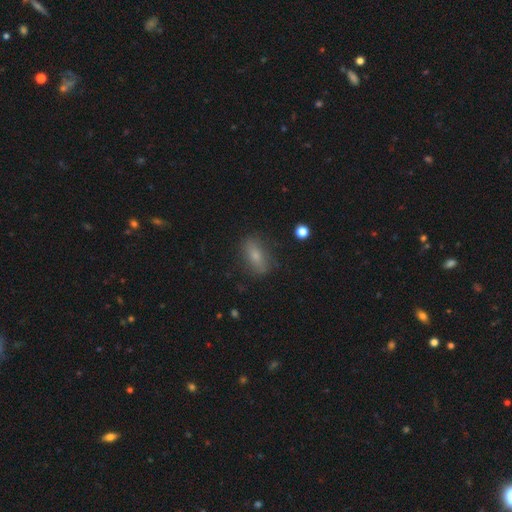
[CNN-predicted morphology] Q: Smooth or featured?
A: smooth (67%); runner-up: featured or disk (23%)
Q: How rounded?
A: in between (72%); runner-up: cigar-shaped (20%)
Q: Merging?
A: none (77%); runner-up: minor disturbance (16%)